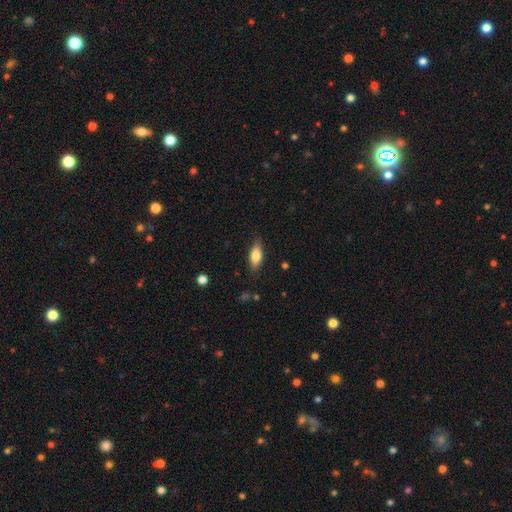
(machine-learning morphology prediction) Smooth or featured?
  - smooth: 75% *
  - featured or disk: 18%
  - star or artifact: 7%
How rounded?
  - in between: 77% *
  - cigar-shaped: 21%
  - round: 3%
Merging?
  - none: 84% *
  - minor disturbance: 12%
  - major disturbance: 3%
  - merger: 1%